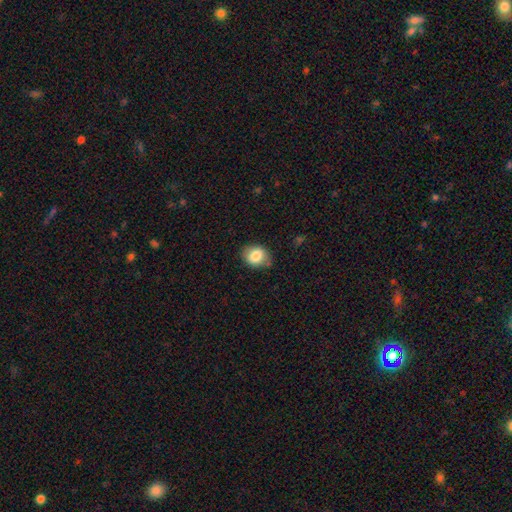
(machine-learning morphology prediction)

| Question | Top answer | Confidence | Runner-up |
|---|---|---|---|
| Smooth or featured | smooth | 81% | featured or disk (10%) |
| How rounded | in between | 53% | round (46%) |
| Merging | none | 76% | minor disturbance (18%) |